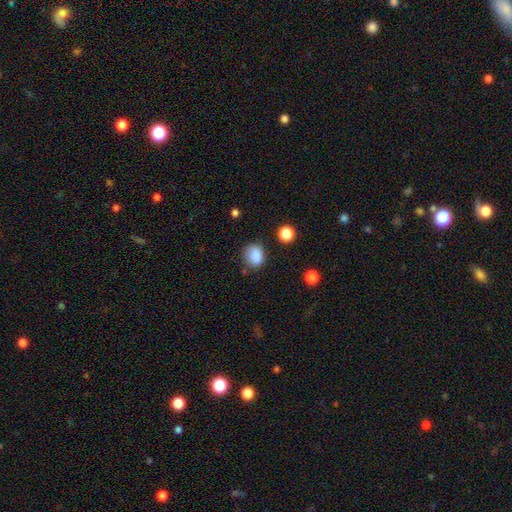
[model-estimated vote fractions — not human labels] Smooth or featured: smooth — 84% (star or artifact — 10%)
How rounded: round — 51% (in between — 48%)
Merging: none — 67% (minor disturbance — 23%)